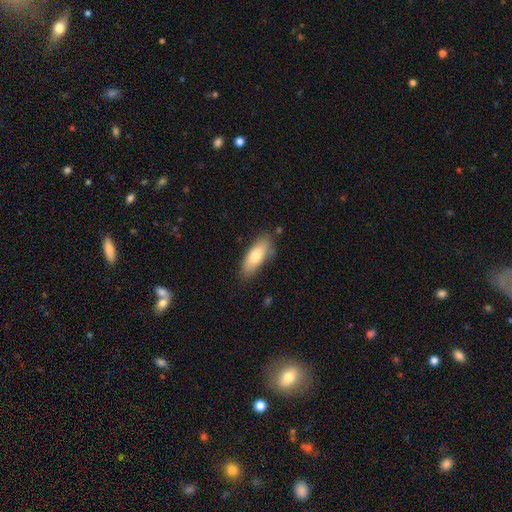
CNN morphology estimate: Smooth or featured: smooth — 78% (featured or disk — 16%)
How rounded: in between — 69% (cigar-shaped — 29%)
Merging: none — 77% (minor disturbance — 17%)